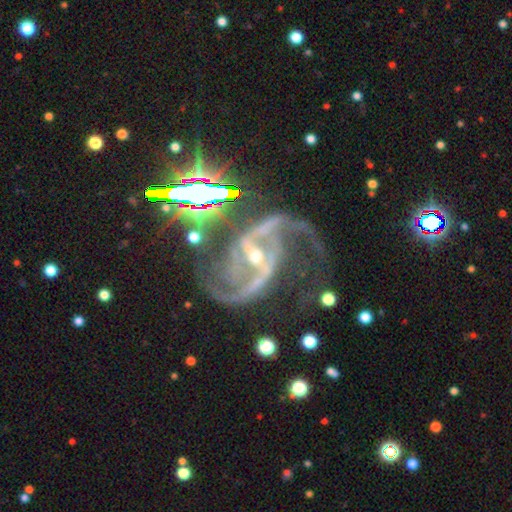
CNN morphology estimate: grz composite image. It shows a featured or disk galaxy (89%) with a strong bar (62%), 2 (90%) medium (46%) spiral arms (98%) and a small central bulge (62%). Merging: none (60%).